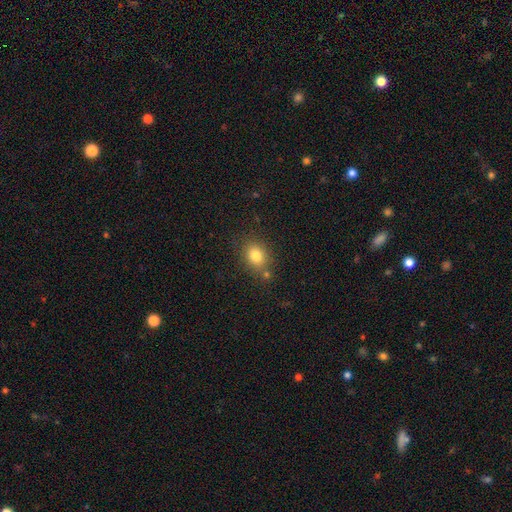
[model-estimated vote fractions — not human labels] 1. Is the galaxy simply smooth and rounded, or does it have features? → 80% smooth, 11% star or artifact, 8% featured or disk.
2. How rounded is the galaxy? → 51% in between, 48% round, 1% cigar-shaped.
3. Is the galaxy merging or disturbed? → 76% none, 12% minor disturbance, 8% merger, 4% major disturbance.